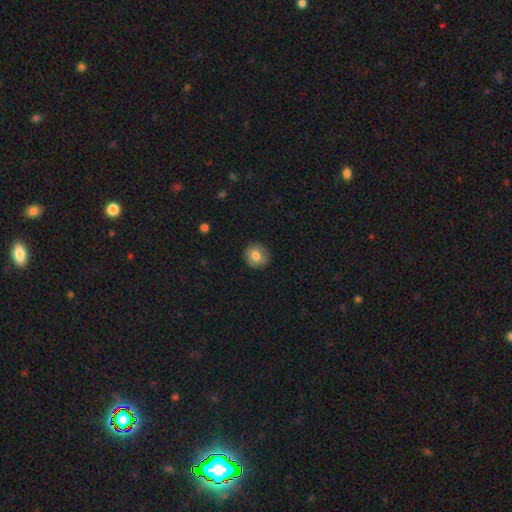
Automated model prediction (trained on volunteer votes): smooth-or-featured: smooth: 78% | featured or disk: 14% | star or artifact: 9%
  how-rounded: round: 87% | in between: 12% | cigar-shaped: 1%
  merging: none: 86% | minor disturbance: 11% | major disturbance: 2% | merger: 1%